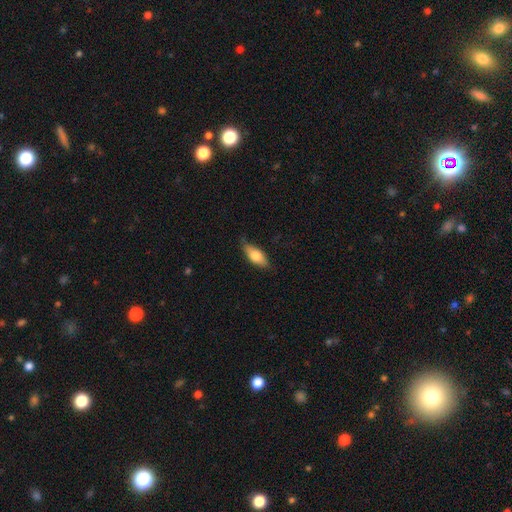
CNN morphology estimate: Smooth or featured: smooth — 71% (featured or disk — 23%)
How rounded: in between — 78% (cigar-shaped — 19%)
Merging: none — 75% (minor disturbance — 21%)